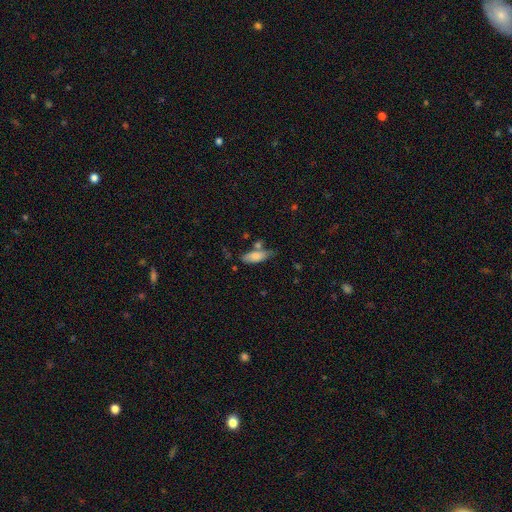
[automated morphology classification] smooth-or-featured: smooth: 76% | featured or disk: 17% | star or artifact: 7%
  how-rounded: in between: 69% | cigar-shaped: 29% | round: 2%
  merging: none: 55% | minor disturbance: 23% | merger: 15% | major disturbance: 7%